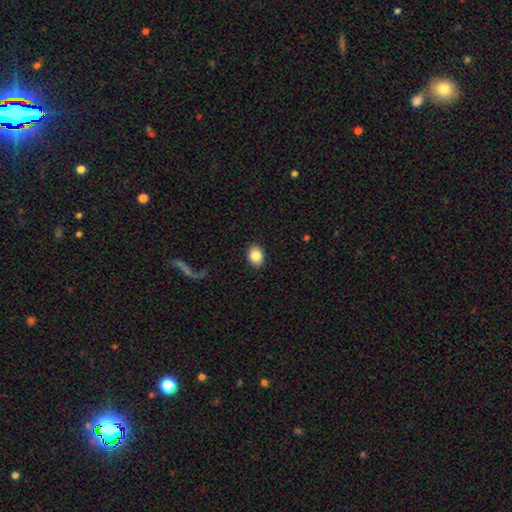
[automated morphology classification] type=smooth (84%); roundness=in between (64%); merging=none (90%).